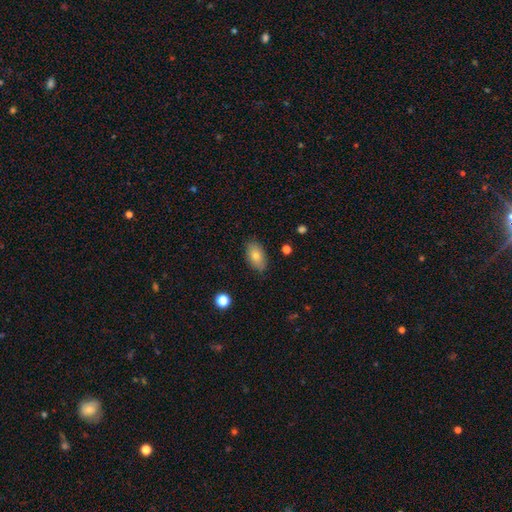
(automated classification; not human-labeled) smooth_or_featured: smooth (p=0.76) [alt: featured or disk p=0.15]
how_rounded: in between (p=0.91) [alt: round p=0.06]
merging: none (p=0.84) [alt: minor disturbance p=0.12]